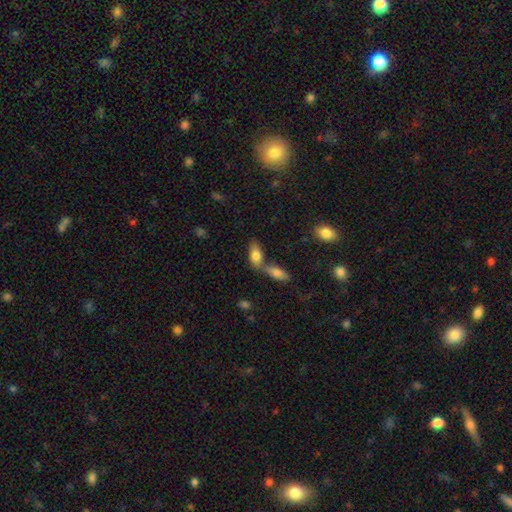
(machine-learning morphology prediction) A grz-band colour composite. It shows a smooth galaxy with no disk features (78%) that is in between round and cigar-shaped (86%). Merging: merger (46%).